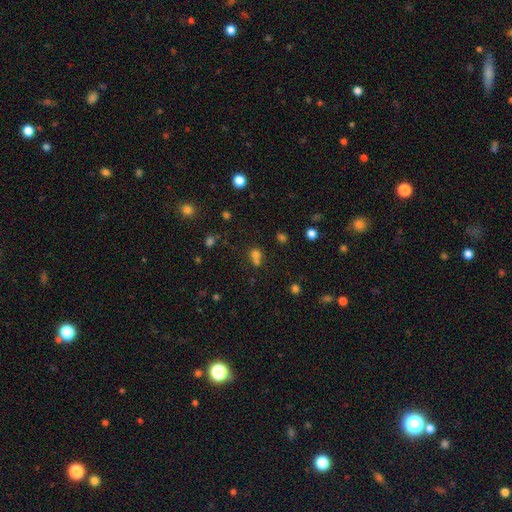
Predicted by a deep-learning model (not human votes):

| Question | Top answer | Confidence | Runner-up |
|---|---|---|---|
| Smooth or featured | smooth | 69% | star or artifact (21%) |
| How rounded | round | 69% | in between (30%) |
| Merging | merger | 48% | none (38%) |